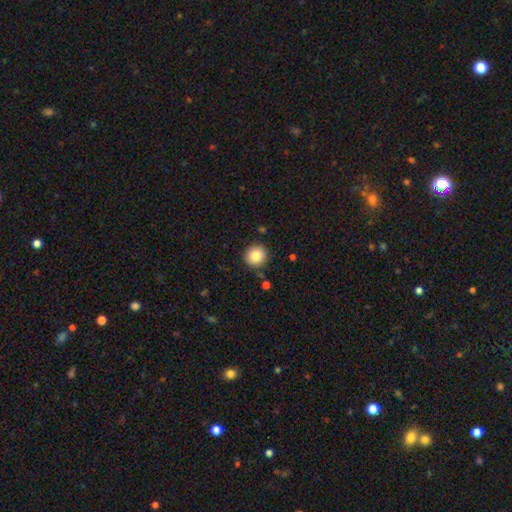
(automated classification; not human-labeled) Morphology: type=smooth (83%); roundness=round (94%); merging=none (87%).